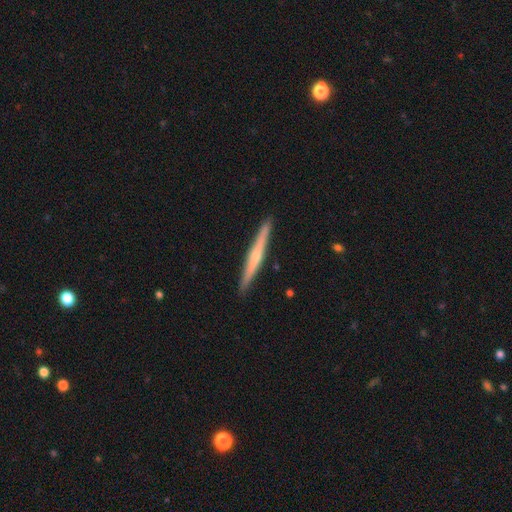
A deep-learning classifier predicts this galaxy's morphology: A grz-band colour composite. It shows a featured or disk galaxy (60%) viewed edge-on (98%) with a rounded central bulge (56%). Merging: none (92%).